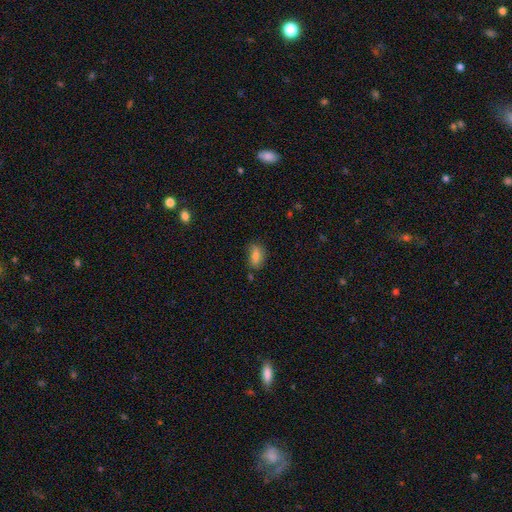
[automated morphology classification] Smooth or featured?
  - smooth: 79% *
  - featured or disk: 12%
  - star or artifact: 10%
How rounded?
  - in between: 83% *
  - round: 13%
  - cigar-shaped: 4%
Merging?
  - none: 69% *
  - minor disturbance: 22%
  - major disturbance: 5%
  - merger: 4%